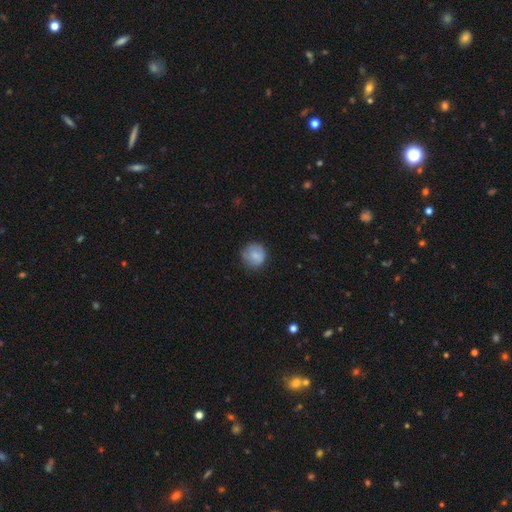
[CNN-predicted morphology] Smooth or featured?
  - smooth: 77% *
  - featured or disk: 16%
  - star or artifact: 7%
How rounded?
  - round: 90% *
  - in between: 9%
  - cigar-shaped: 1%
Merging?
  - none: 73% *
  - minor disturbance: 21%
  - major disturbance: 5%
  - merger: 1%